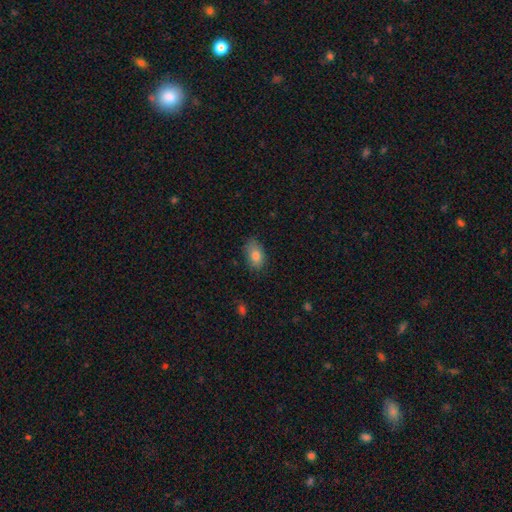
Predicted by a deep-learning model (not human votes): Overall: smooth (83%). How rounded: in between (88%). Merging: none (77%).